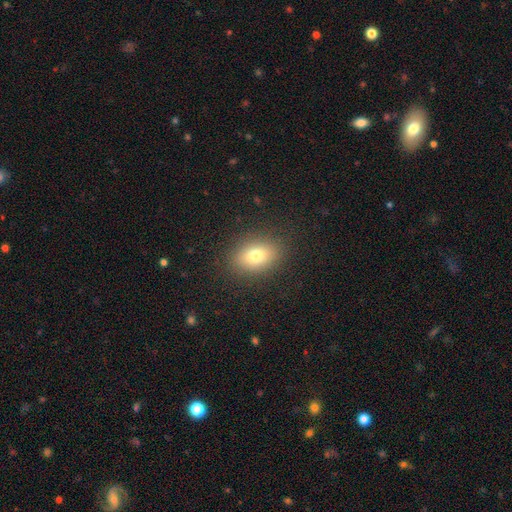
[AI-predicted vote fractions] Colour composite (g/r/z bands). It shows a smooth galaxy with no disk features (76%) that is in between round and cigar-shaped (74%). Merging: none (87%).